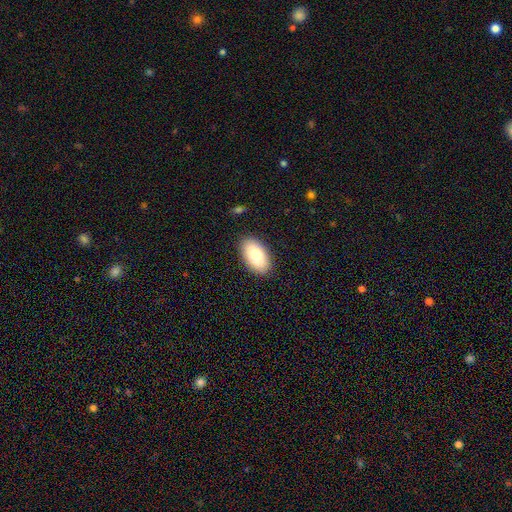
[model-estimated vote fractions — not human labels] smooth 78%, featured or disk 15%, star or artifact 7%. Down the decision tree: how rounded — in between (94%); merging — none (88%).